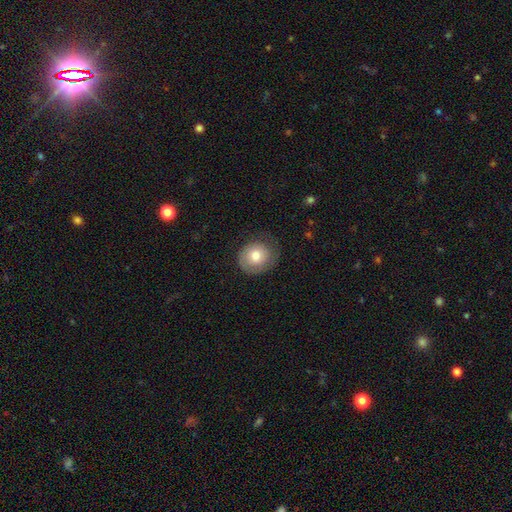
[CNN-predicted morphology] This appears to be a smooth galaxy with no disk features (72%) that is round (80%). Merging: none (67%).